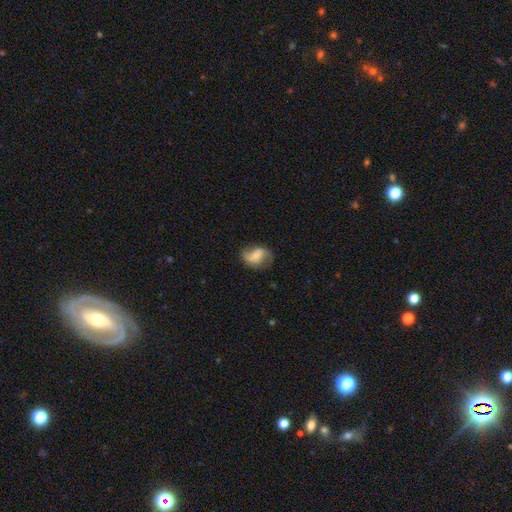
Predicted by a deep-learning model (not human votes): smooth-or-featured: featured or disk: 63% | smooth: 29% | star or artifact: 8%
  disk-edge-on: no: 97% | yes: 3%
    bar: weak: 44% | no: 36% | strong: 20%
    has-spiral-arms: yes: 91% | no: 9%
      spiral-winding: loose: 52% | medium: 36% | tight: 12%
      spiral-arm-count: 2: 81% | 1: 10% | can't tell: 6% | 3: 2% | 4: 1% | more than 4: 1%
    bulge-size: small: 37% | none: 31% | moderate: 23% | large: 7% | dominant: 2%
  merging: none: 63% | minor disturbance: 23% | major disturbance: 13% | merger: 2%